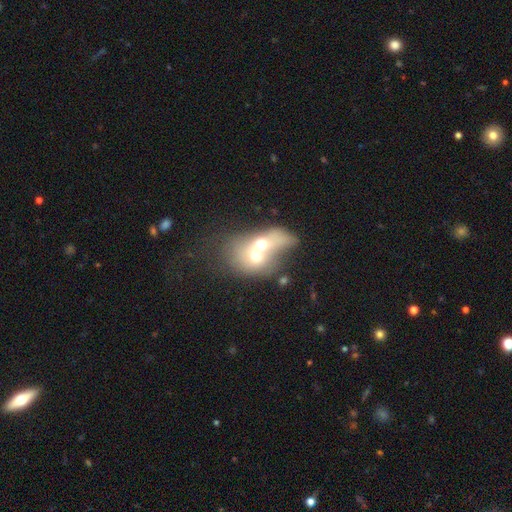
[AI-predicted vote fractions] smooth_or_featured: smooth (p=0.54) [alt: featured or disk p=0.36]
how_rounded: in between (p=0.56) [alt: round p=0.42]
merging: merger (p=0.79) [alt: none p=0.09]